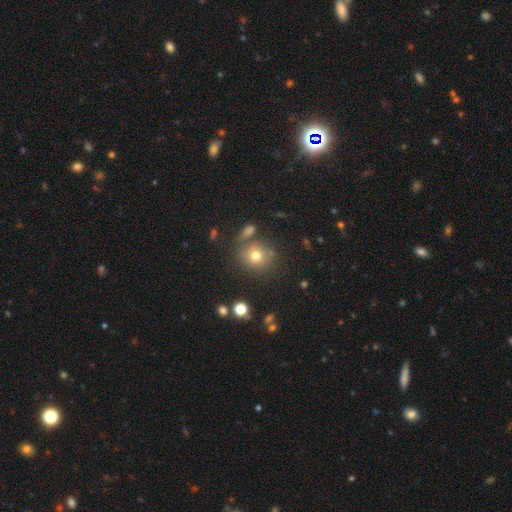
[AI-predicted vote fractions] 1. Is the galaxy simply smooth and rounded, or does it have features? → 73% smooth, 15% star or artifact, 12% featured or disk.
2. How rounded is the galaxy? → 85% round, 14% in between, 1% cigar-shaped.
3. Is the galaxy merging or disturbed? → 73% none, 12% minor disturbance, 11% merger, 5% major disturbance.